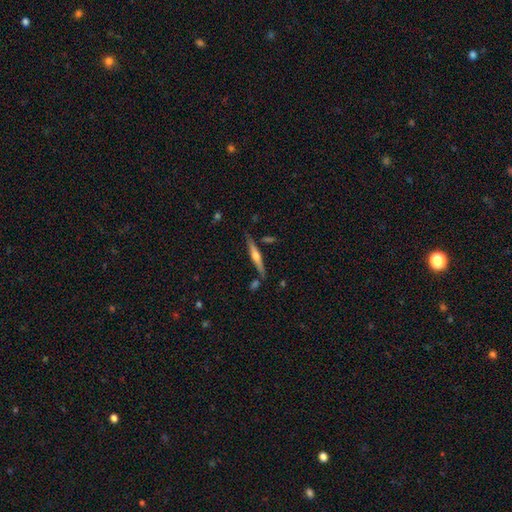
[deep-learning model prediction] The model was most divided on "smooth or featured": featured or disk: 64%, smooth: 30%, star or artifact: 6%. More confident: edge-on disk — yes (97%); edge-on bulge — rounded (84%); merging — none (82%).